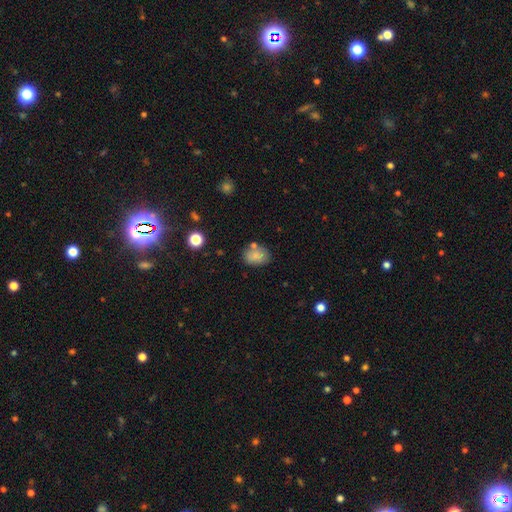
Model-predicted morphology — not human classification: Smooth or featured? Predicted: smooth (p=0.80). How rounded? Predicted: in between (p=0.67). Merging? Predicted: none (p=0.68).